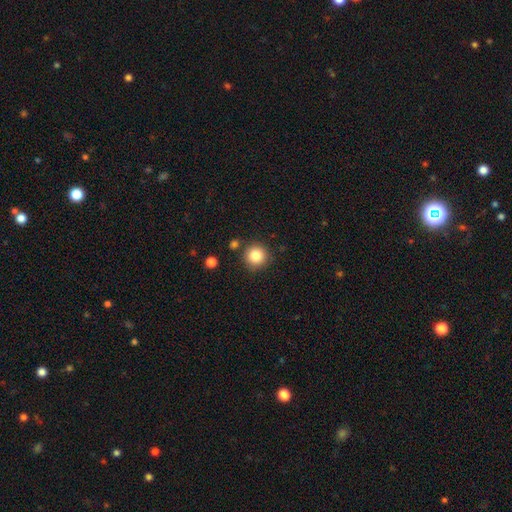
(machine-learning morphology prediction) This appears to be a smooth galaxy with no disk features (85%) that is round (94%). Merging: none (85%).